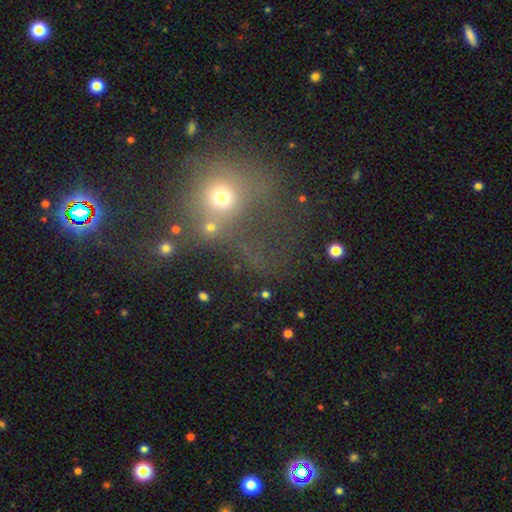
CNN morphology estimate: Smooth or featured? smooth (45%)
Merging? none (35%)